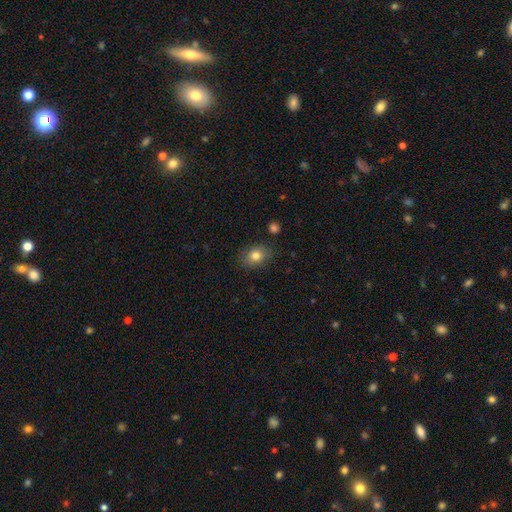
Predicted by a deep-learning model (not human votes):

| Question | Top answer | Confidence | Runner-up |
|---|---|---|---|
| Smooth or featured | smooth | 81% | star or artifact (10%) |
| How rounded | in between | 61% | round (38%) |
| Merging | none | 85% | minor disturbance (11%) |